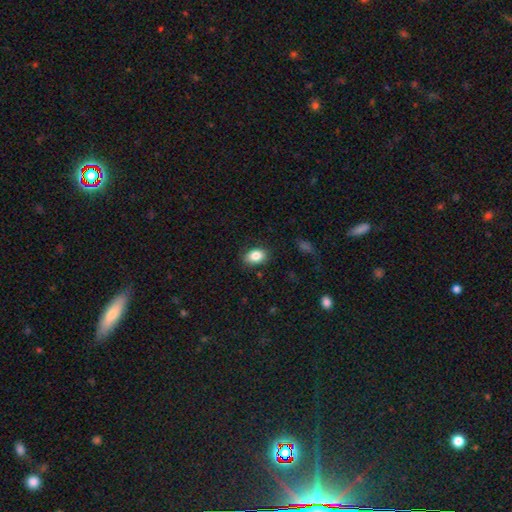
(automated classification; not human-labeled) A smooth galaxy with no disk features (85%) that is in between round and cigar-shaped (80%).

Vote fractions:
- Smooth or featured? smooth: 85% / star or artifact: 8% / featured or disk: 7%
- How rounded? in between: 80% / round: 19% / cigar-shaped: 1%
- Merging? none: 85% / minor disturbance: 11% / major disturbance: 3% / merger: 1%